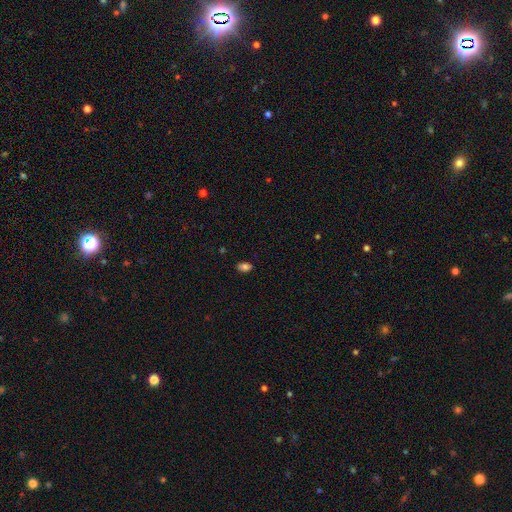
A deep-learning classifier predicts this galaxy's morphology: This is likely a smooth galaxy (80%). How rounded: clearly in between (87%). Merging: clearly none (86%).